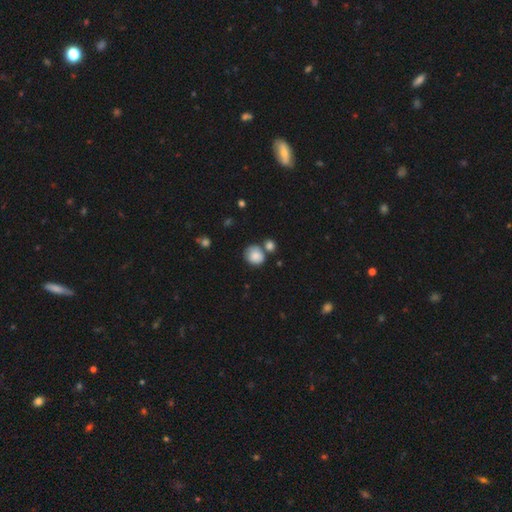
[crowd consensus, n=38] Morphology: type=smooth (84%); roundness=round (88%); merging=none (50%).